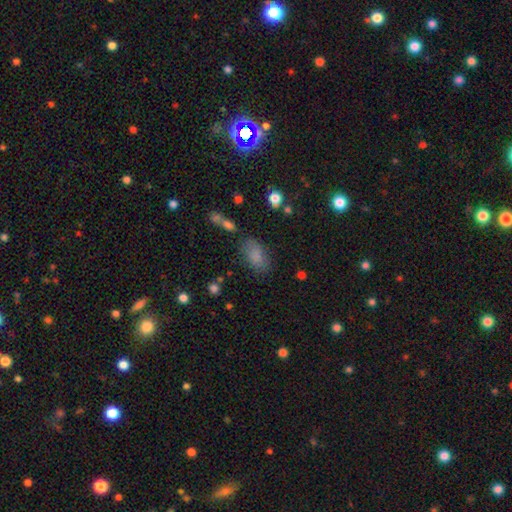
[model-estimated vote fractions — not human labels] This appears to be a smooth galaxy with no disk features (81%) that is in between round and cigar-shaped (90%). Merging: none (72%).